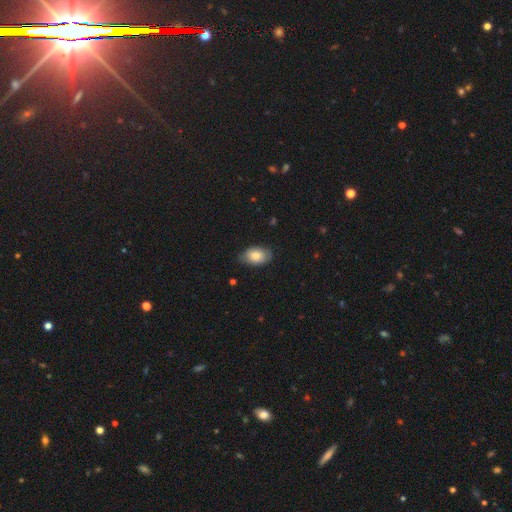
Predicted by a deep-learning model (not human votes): Q: Smooth or featured?
A: smooth (77%); runner-up: featured or disk (16%)
Q: How rounded?
A: in between (89%); runner-up: round (10%)
Q: Merging?
A: none (71%); runner-up: minor disturbance (24%)